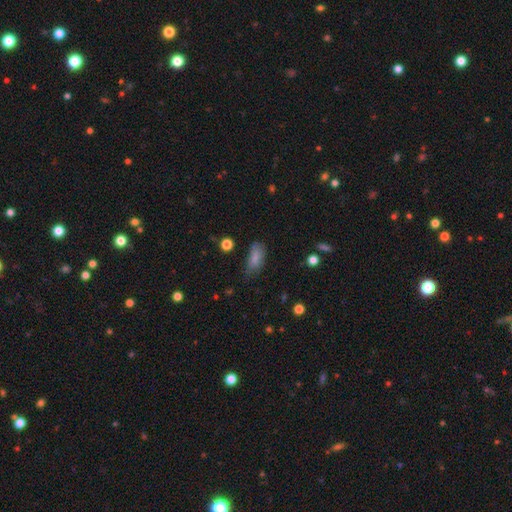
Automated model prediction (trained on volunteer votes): A smooth galaxy with no disk features (75%) that is in between round and cigar-shaped (79%). Merging: none (60%).